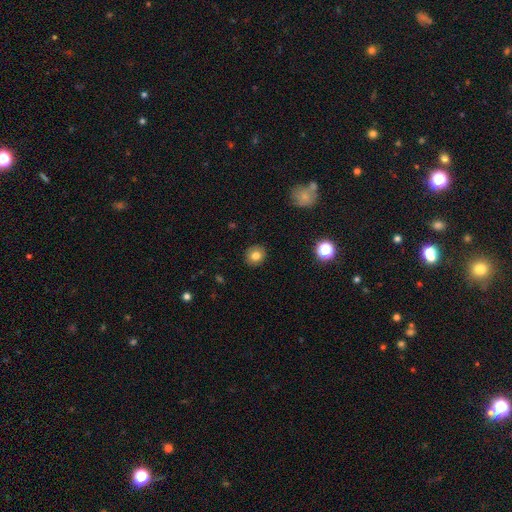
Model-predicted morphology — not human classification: Smooth or featured? smooth (79%)
How rounded? round (84%)
Merging? none (90%)